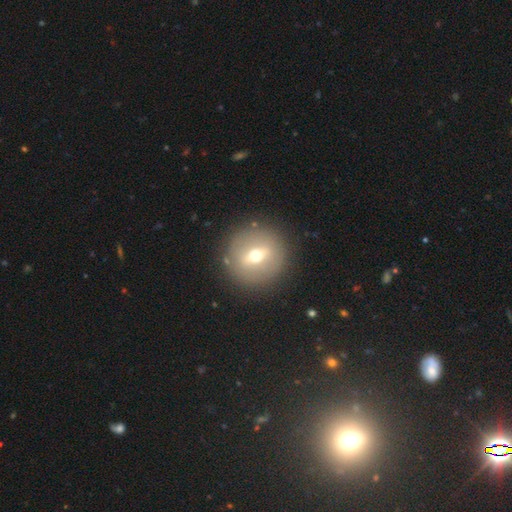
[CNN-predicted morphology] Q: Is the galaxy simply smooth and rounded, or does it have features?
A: featured or disk — 45%.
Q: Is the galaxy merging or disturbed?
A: none — 88%.